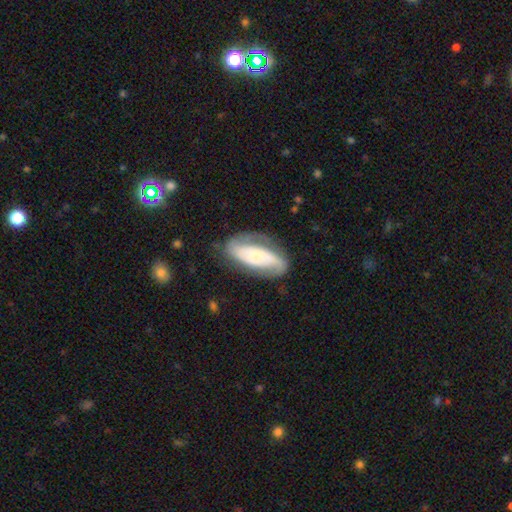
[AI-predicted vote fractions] smooth_or_featured: featured or disk (p=0.74) [alt: smooth p=0.20]
disk_edge_on: no (p=0.93) [alt: yes p=0.07]
bar: no (p=0.50) [alt: weak p=0.29]
has_spiral_arms: yes (p=0.92) [alt: no p=0.08]
spiral_winding: medium (p=0.41) [alt: tight p=0.37]
spiral_arm_count: 2 (p=0.80) [alt: can't tell p=0.10]
bulge_size: small (p=0.58) [alt: moderate p=0.27]
merging: none (p=0.70) [alt: minor disturbance p=0.19]